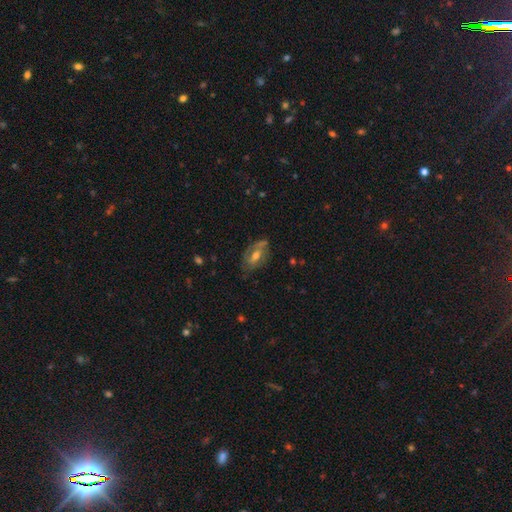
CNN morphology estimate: The model was most divided on "bar" (2-way tie): weak: 41%, no: 41%, strong: 18%. More confident: edge-on disk — no (92%); spiral arms — yes (73%); smooth or featured — featured or disk (66%); bulge size — moderate (65%); merging — none (63%).